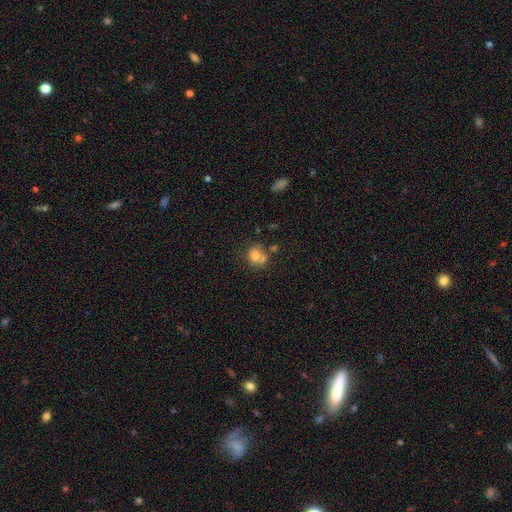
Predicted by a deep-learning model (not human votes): smooth 73%, featured or disk 14%, star or artifact 12%. Down the decision tree: how rounded — round (74%); merging — none (46%).